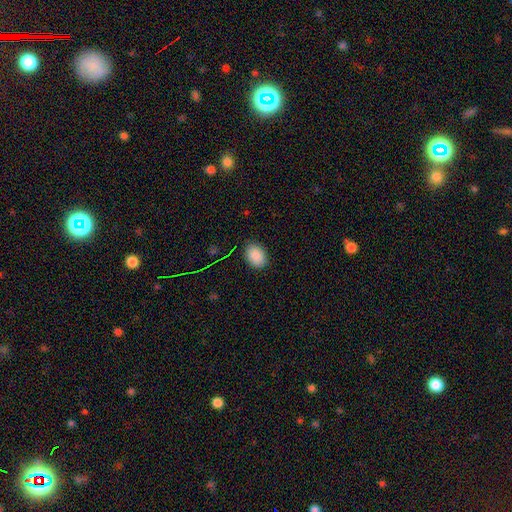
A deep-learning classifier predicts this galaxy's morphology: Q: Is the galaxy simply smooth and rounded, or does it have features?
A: smooth — 87%.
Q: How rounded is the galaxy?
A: in between — 75%.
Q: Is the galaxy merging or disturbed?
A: none — 86%.